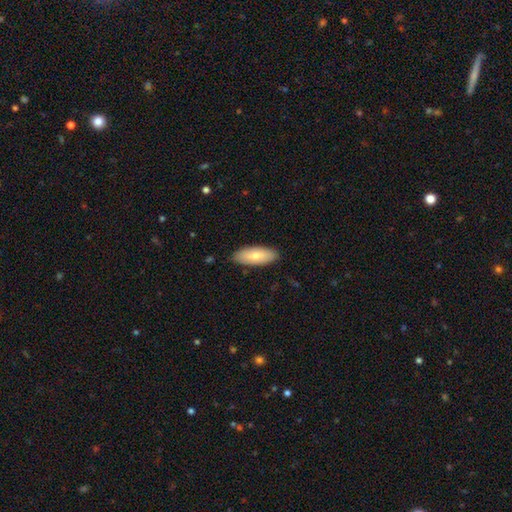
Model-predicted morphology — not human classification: A smooth galaxy with no disk features (73%) that is in between round and cigar-shaped (79%). Merging: none (86%).